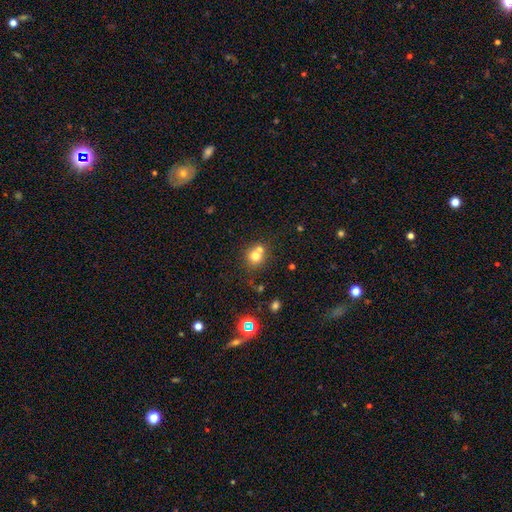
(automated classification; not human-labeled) This appears to be a smooth galaxy with no disk features (72%) that is round (86%). Merging: none (50%).